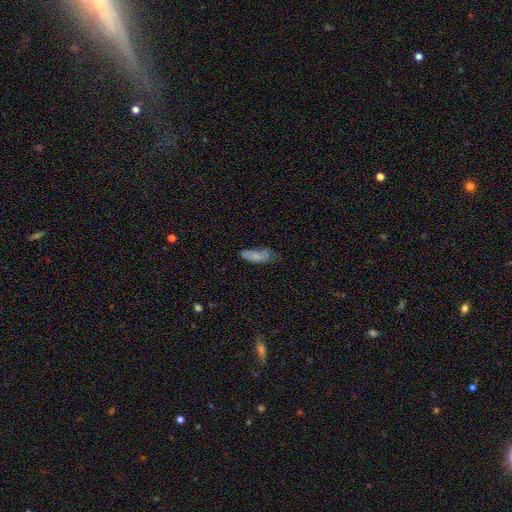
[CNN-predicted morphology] smooth 69%, featured or disk 23%, star or artifact 8%. Down the decision tree: how rounded — in between (78%); merging — none (47%).